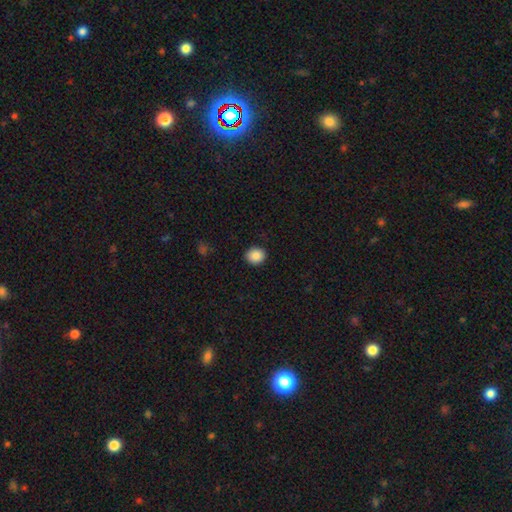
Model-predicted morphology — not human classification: A smooth galaxy with no disk features (88%) that is round (78%). Merging: none (91%).